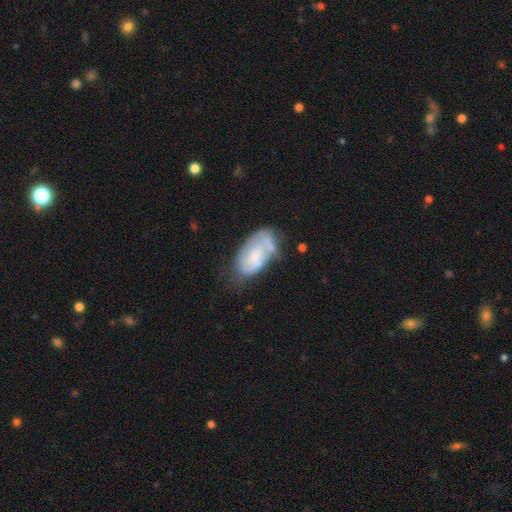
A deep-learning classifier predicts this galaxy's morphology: smooth_or_featured: featured or disk (p=0.51) [alt: smooth p=0.42]
disk_edge_on: no (p=0.95) [alt: yes p=0.05]
merging: none (p=0.40) [alt: minor disturbance p=0.29]